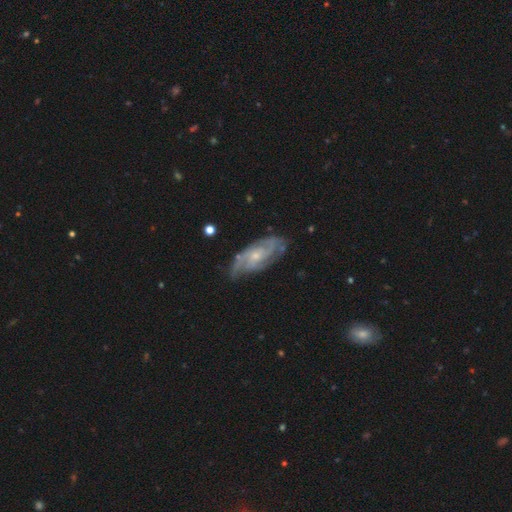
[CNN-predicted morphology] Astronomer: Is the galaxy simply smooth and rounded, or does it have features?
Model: featured or disk — 83%.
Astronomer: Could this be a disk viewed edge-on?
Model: no — 93%.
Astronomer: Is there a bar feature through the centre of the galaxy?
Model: no — 68%.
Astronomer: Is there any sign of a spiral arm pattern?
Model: yes — 94%.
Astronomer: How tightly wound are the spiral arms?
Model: tight — 48% (runner-up: medium, 41%).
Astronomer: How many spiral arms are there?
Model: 2 — 36% (runner-up: can't tell, 28%).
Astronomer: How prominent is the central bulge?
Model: small — 67%.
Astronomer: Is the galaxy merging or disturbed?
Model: none — 71%.